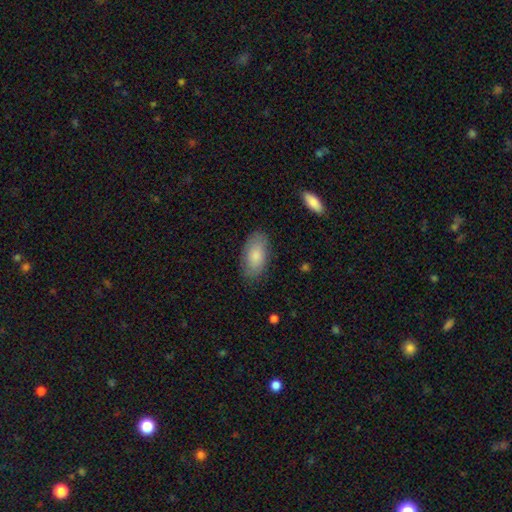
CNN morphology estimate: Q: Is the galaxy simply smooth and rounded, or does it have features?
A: smooth — 84%.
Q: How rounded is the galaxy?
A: in between — 94%.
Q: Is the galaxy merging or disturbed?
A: none — 81%.